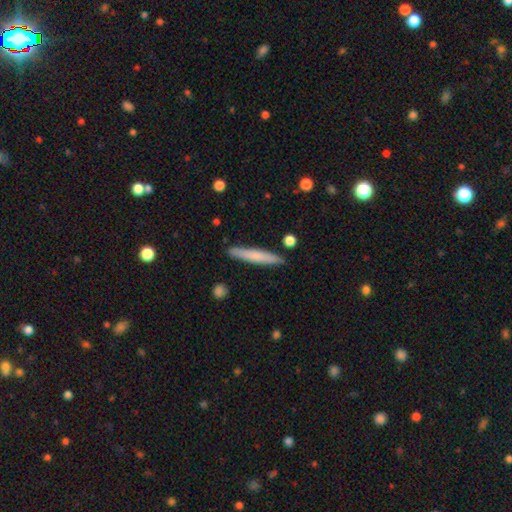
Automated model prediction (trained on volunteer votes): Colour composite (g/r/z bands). It shows a smooth galaxy with no disk features (70%) that is cigar-shaped (94%). Merging: none (89%).